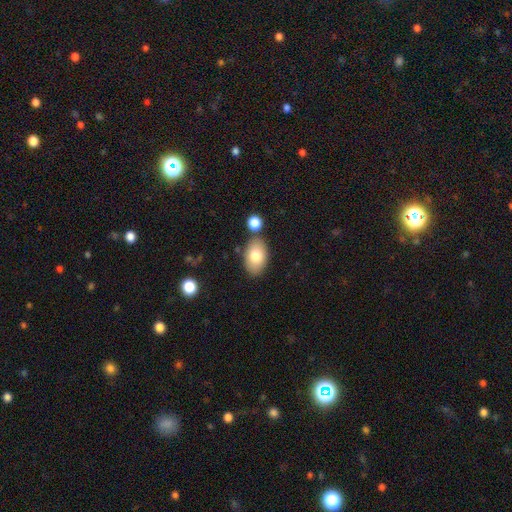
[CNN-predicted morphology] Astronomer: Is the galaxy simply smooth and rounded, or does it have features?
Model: smooth — 79%.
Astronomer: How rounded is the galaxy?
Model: in between — 91%.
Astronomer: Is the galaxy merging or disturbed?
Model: none — 76%.